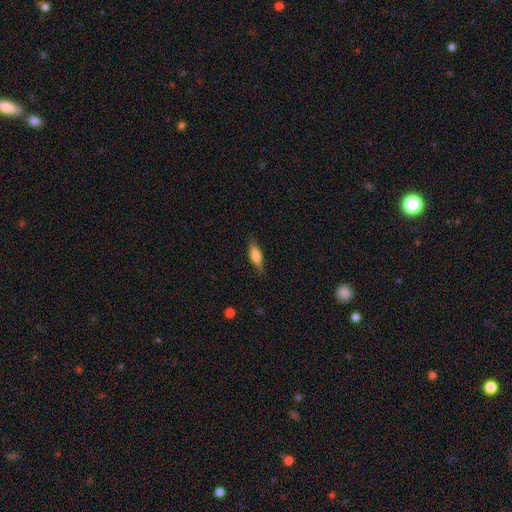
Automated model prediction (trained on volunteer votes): A smooth galaxy with no disk features (65%) that is in between round and cigar-shaped (51%).

Vote fractions:
- Smooth or featured? smooth: 65% / featured or disk: 29% / star or artifact: 7%
- How rounded? in between: 51% / cigar-shaped: 47% / round: 3%
- Merging? none: 83% / minor disturbance: 13% / major disturbance: 3% / merger: 1%